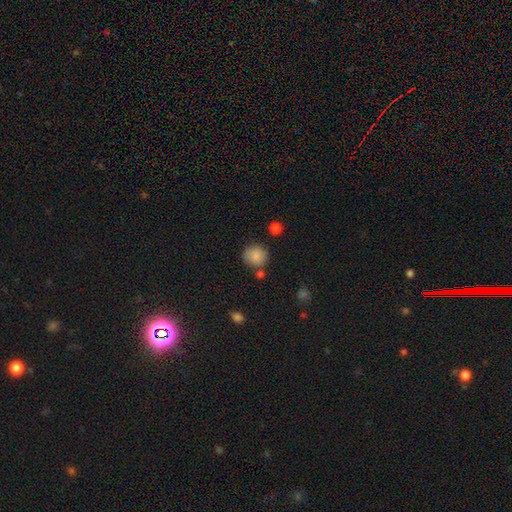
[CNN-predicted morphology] A smooth galaxy with no disk features (85%) that is round (86%).

Vote fractions:
- Smooth or featured? smooth: 85% / star or artifact: 9% / featured or disk: 6%
- How rounded? round: 86% / in between: 13% / cigar-shaped: 1%
- Merging? none: 74% / minor disturbance: 15% / merger: 7% / major disturbance: 4%